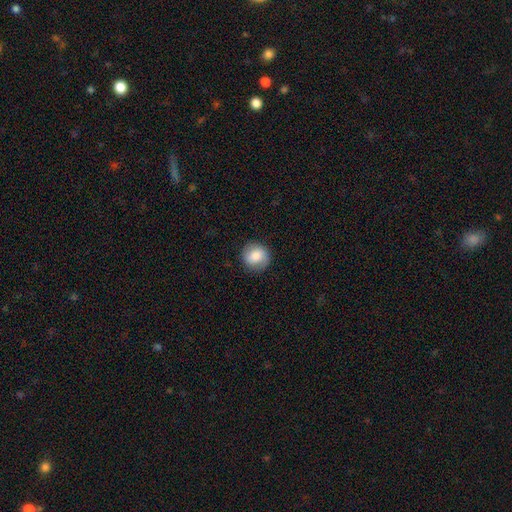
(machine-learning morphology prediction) Smooth or featured? smooth (77%)
How rounded? round (89%)
Merging? none (87%)